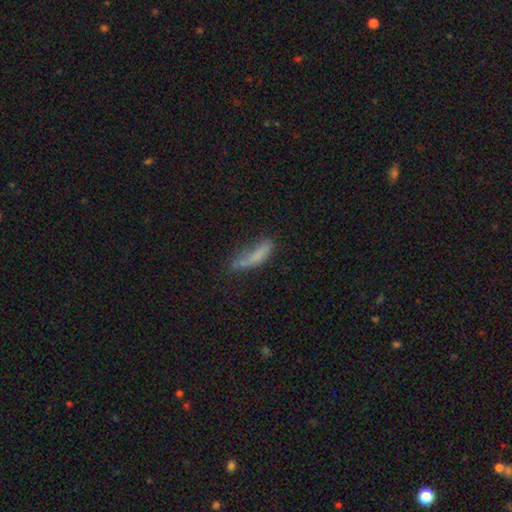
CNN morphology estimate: Q: Smooth or featured?
A: smooth (69%); runner-up: featured or disk (20%)
Q: How rounded?
A: cigar-shaped (65%); runner-up: in between (33%)
Q: Merging?
A: none (40%); runner-up: minor disturbance (28%)